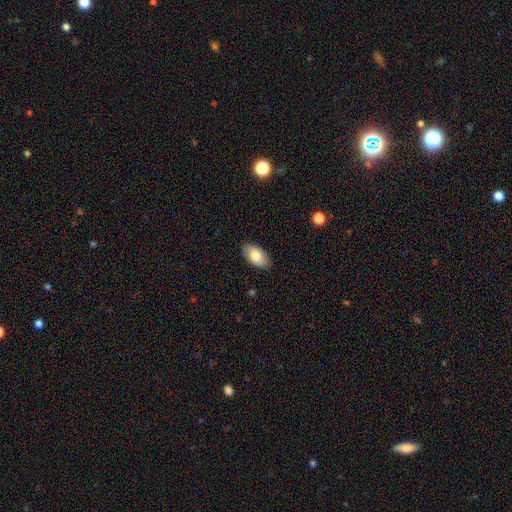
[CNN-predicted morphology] type=smooth (78%); roundness=in between (94%); merging=none (87%).